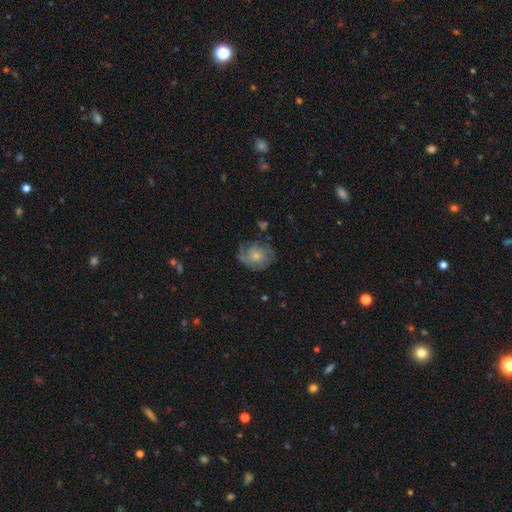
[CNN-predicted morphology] smooth-or-featured: smooth: 47% | featured or disk: 45% | star or artifact: 8%
  merging: none: 57% | minor disturbance: 26% | major disturbance: 14% | merger: 2%